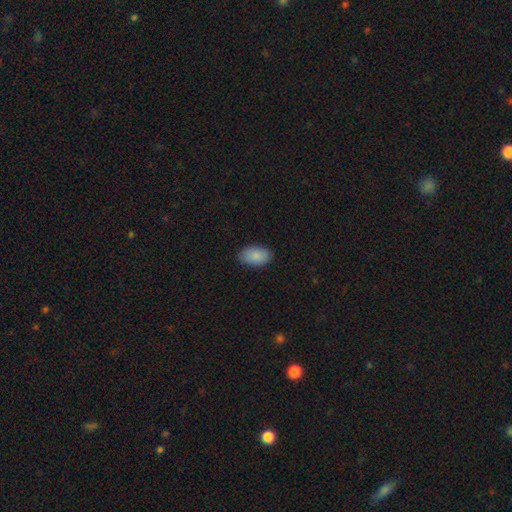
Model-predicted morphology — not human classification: Smooth or featured? smooth (89%)
How rounded? in between (93%)
Merging? none (87%)